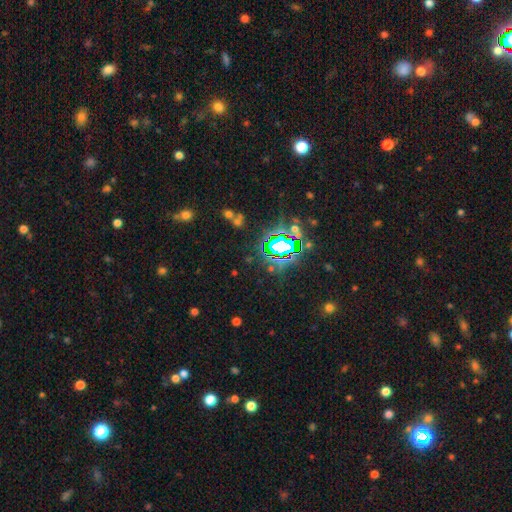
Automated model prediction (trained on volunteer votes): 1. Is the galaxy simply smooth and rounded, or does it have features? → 79% star or artifact, 12% smooth, 8% featured or disk.